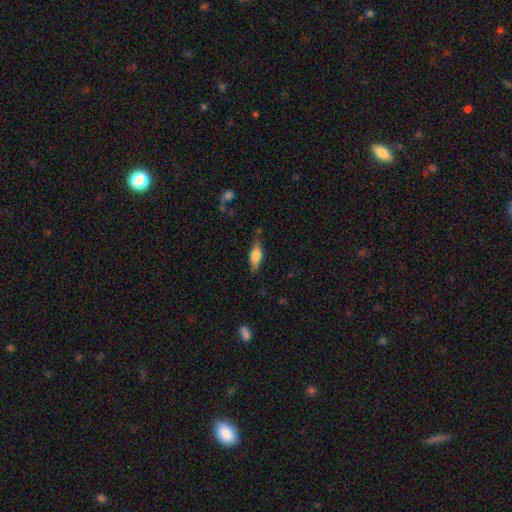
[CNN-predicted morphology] A smooth galaxy with no disk features (65%) that is in between round and cigar-shaped (65%).

Vote fractions:
- Smooth or featured? smooth: 65% / featured or disk: 29% / star or artifact: 7%
- How rounded? in between: 65% / cigar-shaped: 32% / round: 3%
- Merging? none: 75% / minor disturbance: 18% / major disturbance: 4% / merger: 2%